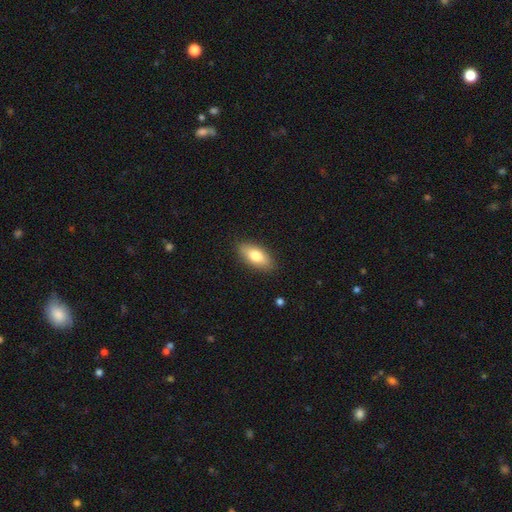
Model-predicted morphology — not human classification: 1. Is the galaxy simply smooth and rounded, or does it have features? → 78% smooth, 16% featured or disk, 6% star or artifact.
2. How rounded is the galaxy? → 85% in between, 12% cigar-shaped, 3% round.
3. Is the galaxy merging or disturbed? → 86% none, 10% minor disturbance, 2% major disturbance, 1% merger.